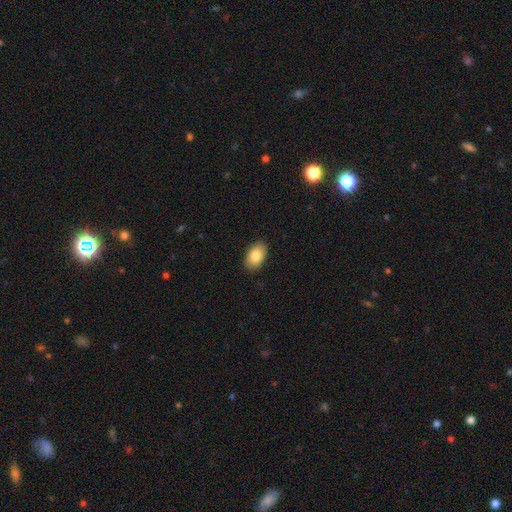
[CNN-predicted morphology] Smooth or featured? Predicted: smooth (p=0.83). How rounded? Predicted: in between (p=0.93). Merging? Predicted: none (p=0.88).